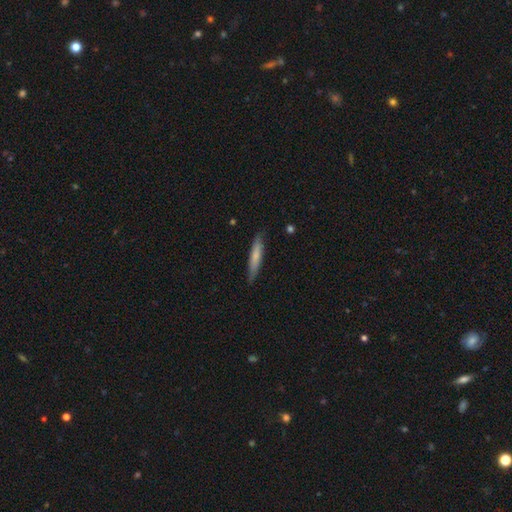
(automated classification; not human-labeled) smooth_or_featured: smooth (p=0.71) [alt: featured or disk p=0.23]
how_rounded: cigar-shaped (p=0.91) [alt: in between p=0.08]
merging: none (p=0.83) [alt: minor disturbance p=0.13]